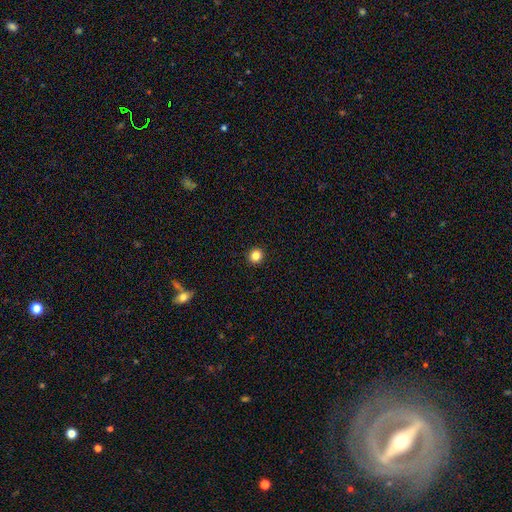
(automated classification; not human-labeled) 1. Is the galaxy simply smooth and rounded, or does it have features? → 85% smooth, 11% star or artifact, 4% featured or disk.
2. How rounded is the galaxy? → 93% round, 6% in between, 1% cigar-shaped.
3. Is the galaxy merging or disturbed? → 94% none, 4% minor disturbance, 1% major disturbance, 1% merger.